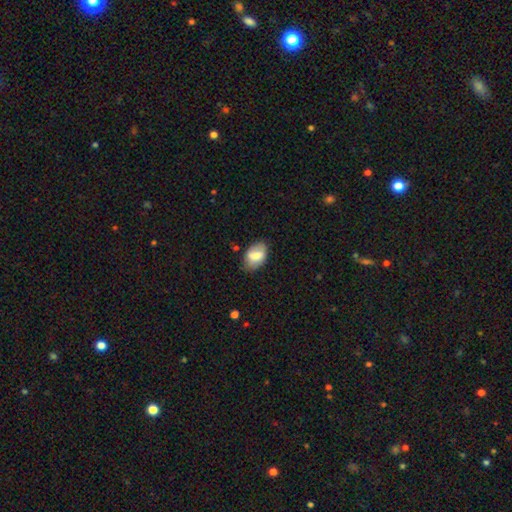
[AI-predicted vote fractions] smooth-or-featured: smooth: 73% | featured or disk: 20% | star or artifact: 7%
  how-rounded: in between: 88% | round: 11% | cigar-shaped: 1%
  merging: none: 67% | minor disturbance: 25% | major disturbance: 6% | merger: 2%